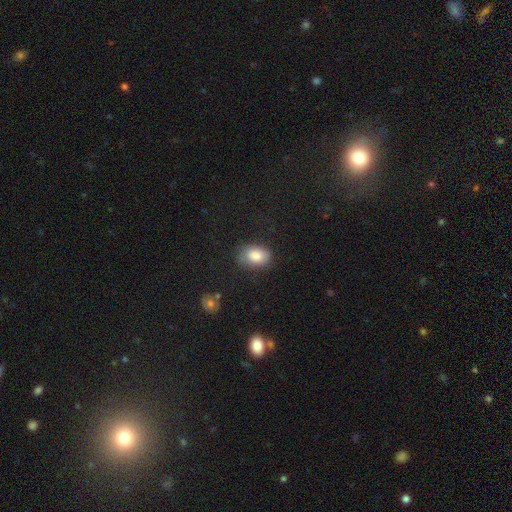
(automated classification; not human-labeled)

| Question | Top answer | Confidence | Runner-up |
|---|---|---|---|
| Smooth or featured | smooth | 84% | star or artifact (8%) |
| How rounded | in between | 76% | round (22%) |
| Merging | none | 76% | minor disturbance (17%) |